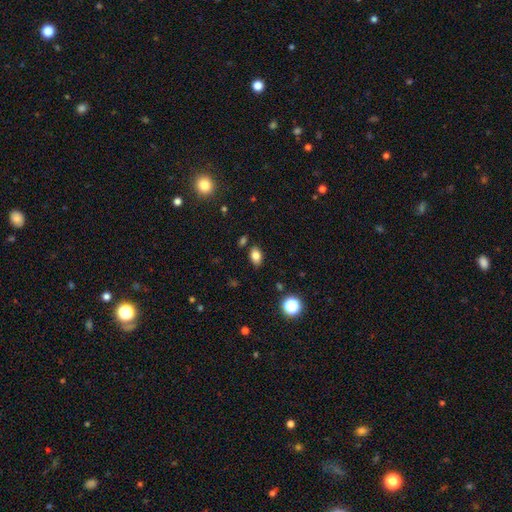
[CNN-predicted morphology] smooth-or-featured: smooth: 80% | star or artifact: 12% | featured or disk: 8%
  how-rounded: in between: 82% | round: 17% | cigar-shaped: 1%
  merging: none: 83% | minor disturbance: 11% | merger: 4% | major disturbance: 3%